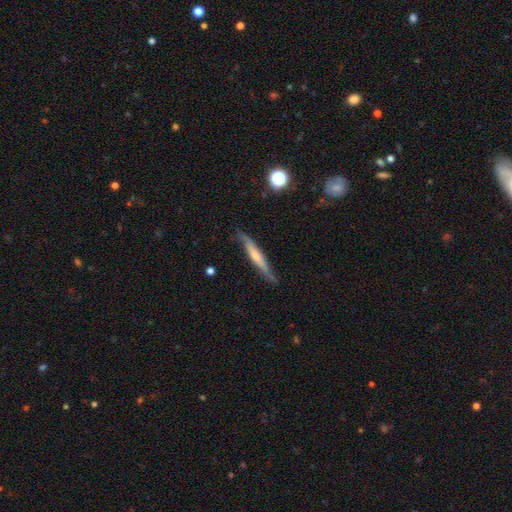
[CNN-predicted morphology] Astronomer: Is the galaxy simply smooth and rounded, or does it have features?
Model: featured or disk — 52% (runner-up: smooth, 42%).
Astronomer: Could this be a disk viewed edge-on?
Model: yes — 84%.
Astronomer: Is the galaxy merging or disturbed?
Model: none — 73%.